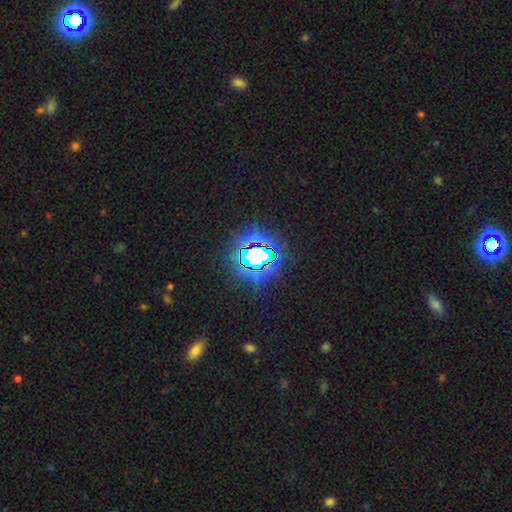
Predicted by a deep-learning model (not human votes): This is likely a star or artifact rather than a galaxy (74%).